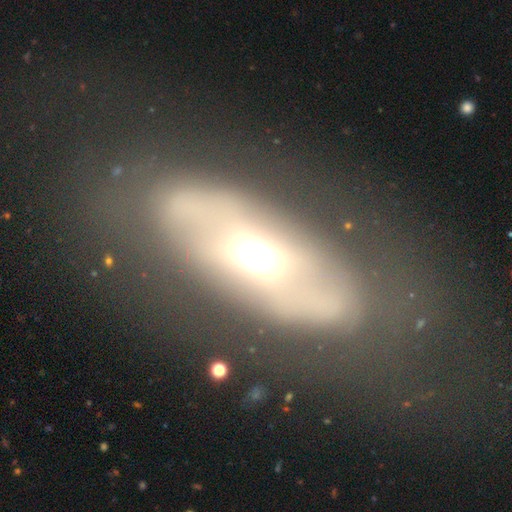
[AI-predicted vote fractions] Overall: featured or disk (73%). Edge-on disk: no (84%). Bar: no (73%). Spiral arms: no (56%; yes 44%). Bulge size: moderate (59%; small 23%). Merging: none (79%).